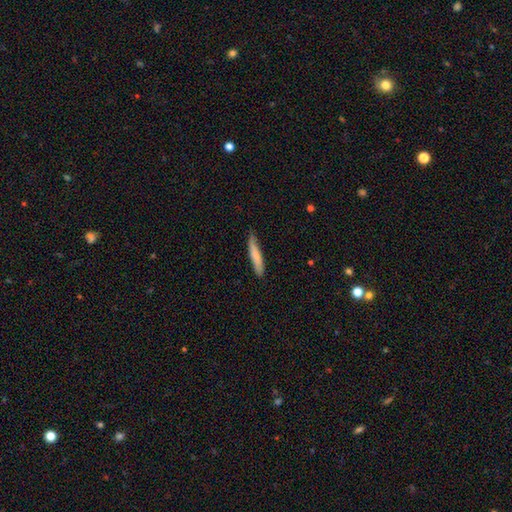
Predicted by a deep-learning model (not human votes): Smooth or featured? smooth (73%)
How rounded? cigar-shaped (90%)
Merging? none (78%)